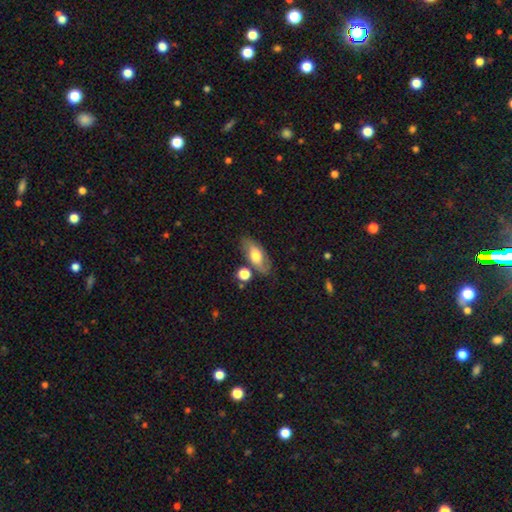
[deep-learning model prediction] Q: Smooth or featured?
A: smooth (52%); runner-up: featured or disk (40%)
Q: How rounded?
A: in between (81%); runner-up: cigar-shaped (13%)
Q: Merging?
A: none (73%); runner-up: minor disturbance (16%)